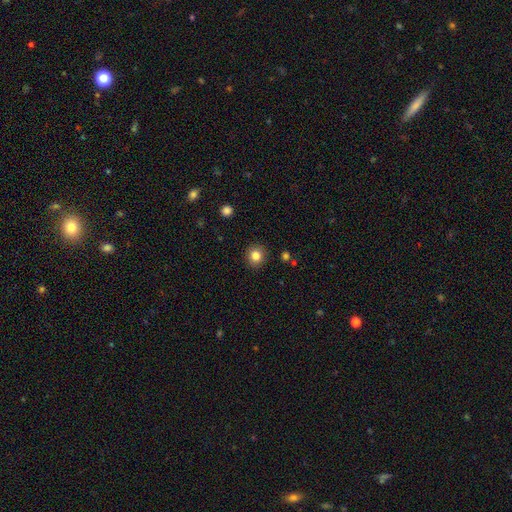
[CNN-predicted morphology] A smooth galaxy with no disk features (83%) that is round (88%).

Vote fractions:
- Smooth or featured? smooth: 83% / star or artifact: 11% / featured or disk: 6%
- How rounded? round: 88% / in between: 11% / cigar-shaped: 1%
- Merging? none: 90% / minor disturbance: 7% / major disturbance: 2% / merger: 1%